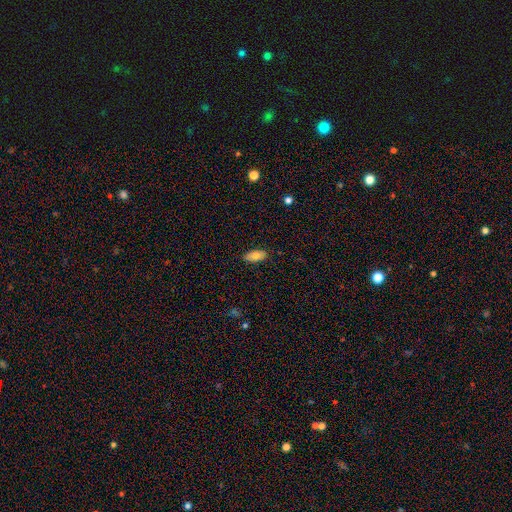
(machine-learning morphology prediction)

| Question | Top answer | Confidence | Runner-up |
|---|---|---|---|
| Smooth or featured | smooth | 75% | featured or disk (18%) |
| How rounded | in between | 90% | cigar-shaped (8%) |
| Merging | none | 87% | minor disturbance (10%) |